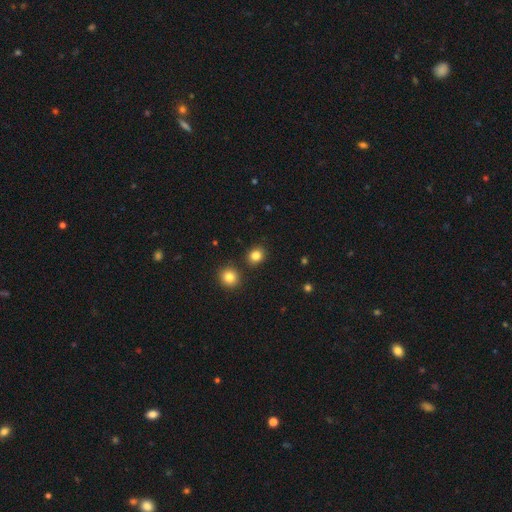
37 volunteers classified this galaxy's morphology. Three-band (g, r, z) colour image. It shows a smooth galaxy with no disk features (95%) that is round (74%). Merging: none (83%).